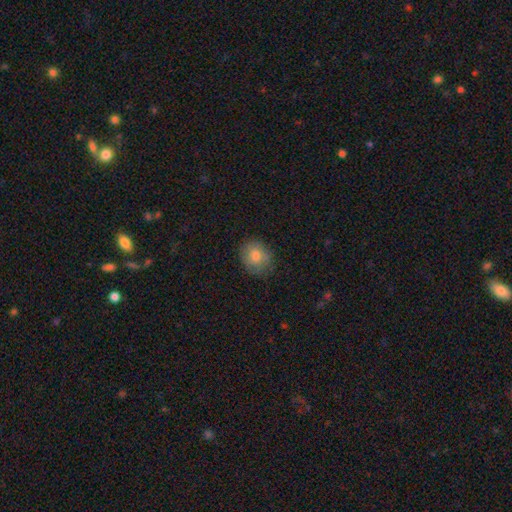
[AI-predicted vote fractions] Smooth or featured? Predicted: smooth (p=0.78). How rounded? Predicted: round (p=0.71). Merging? Predicted: none (p=0.79).